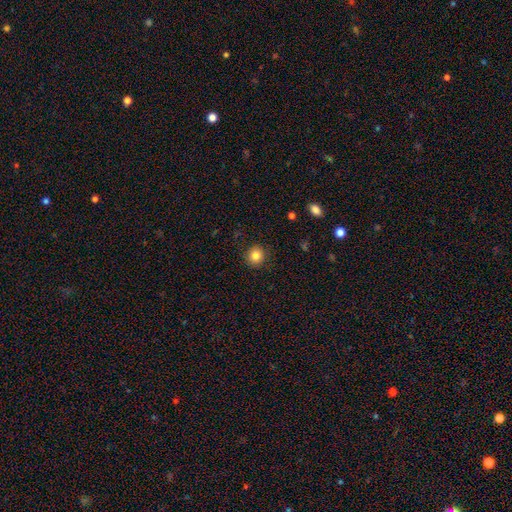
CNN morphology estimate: Smooth or featured? Predicted: smooth (p=0.83). How rounded? Predicted: round (p=0.90). Merging? Predicted: none (p=0.90).